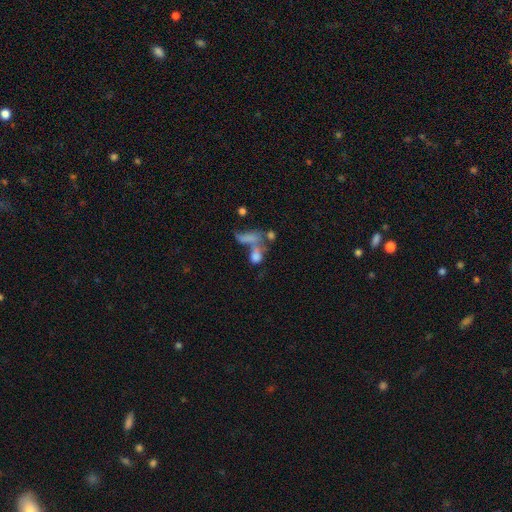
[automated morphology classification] Smooth or featured? Predicted: smooth (p=0.65). How rounded? Predicted: in between (p=0.65). Merging? Predicted: merger (p=0.53).